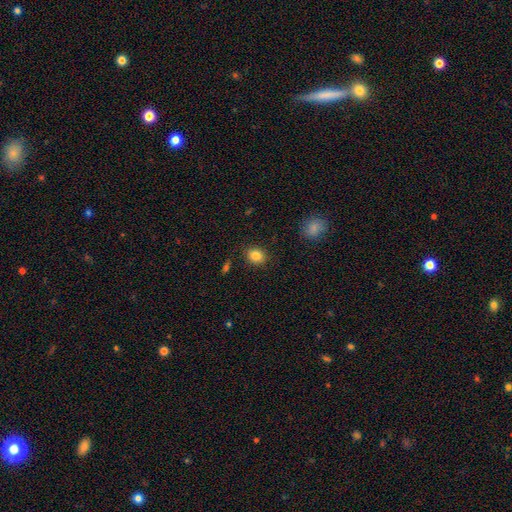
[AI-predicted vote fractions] A smooth galaxy with no disk features (84%) that is round (60%).

Vote fractions:
- Smooth or featured? smooth: 84% / star or artifact: 10% / featured or disk: 6%
- How rounded? round: 60% / in between: 39% / cigar-shaped: 1%
- Merging? none: 88% / minor disturbance: 8% / major disturbance: 2% / merger: 1%